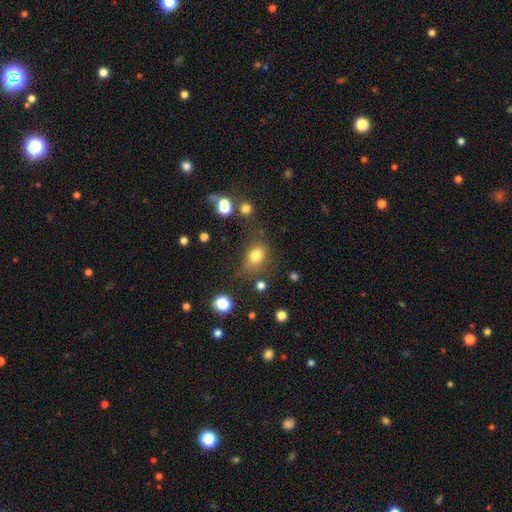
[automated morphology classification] smooth 77%, star or artifact 13%, featured or disk 10%. Down the decision tree: how rounded — in between (65%); merging — none (64%).